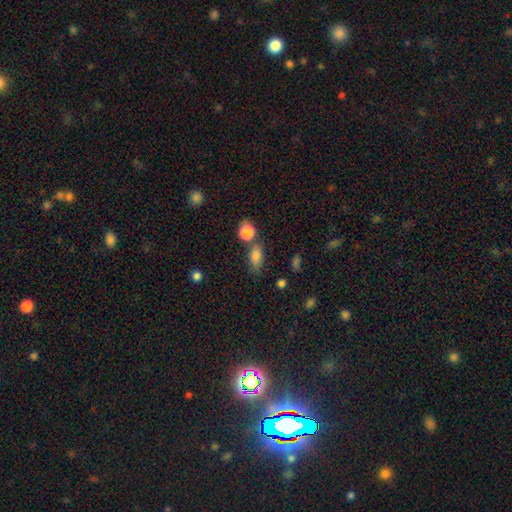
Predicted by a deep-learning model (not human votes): Smooth or featured? smooth (81%)
How rounded? in between (78%)
Merging? none (59%)